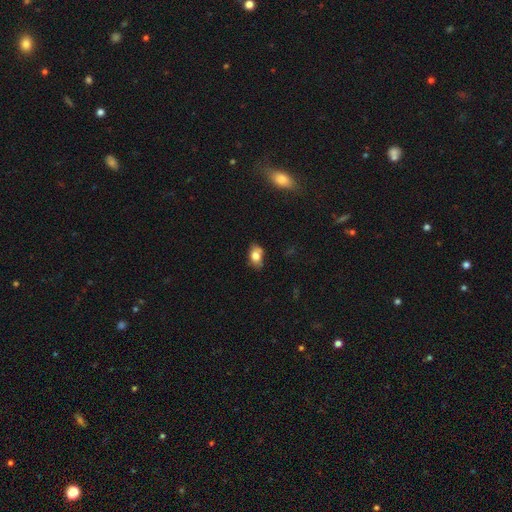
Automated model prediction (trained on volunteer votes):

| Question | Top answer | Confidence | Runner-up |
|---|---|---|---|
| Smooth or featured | smooth | 75% | featured or disk (15%) |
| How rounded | in between | 82% | round (16%) |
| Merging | none | 62% | minor disturbance (27%) |